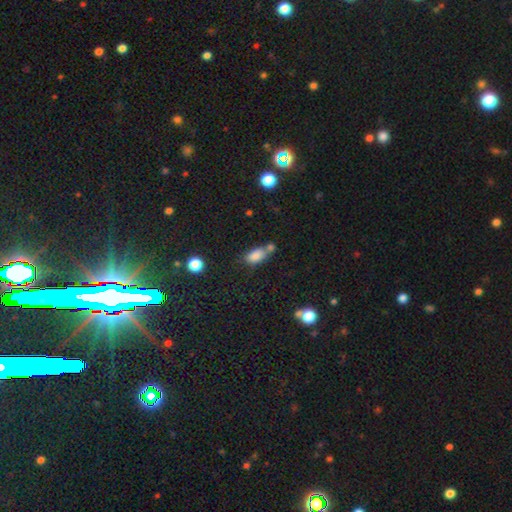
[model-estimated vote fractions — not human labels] This is clearly a smooth galaxy (80%). How rounded: clearly in between (87%). Merging: marginally none (43%).